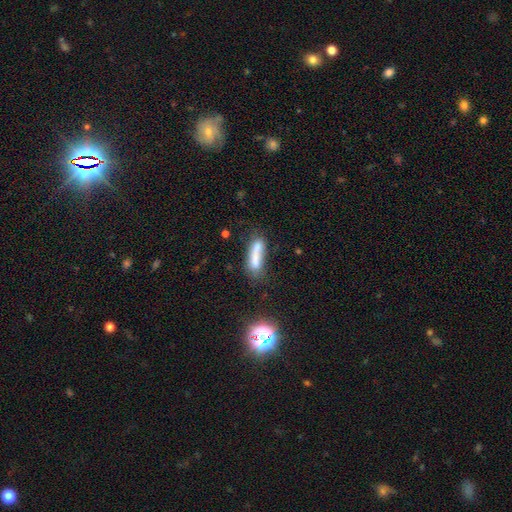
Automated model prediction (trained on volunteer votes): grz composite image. It shows a smooth galaxy with no disk features (70%) that is cigar-shaped (55%). Merging: none (41%).